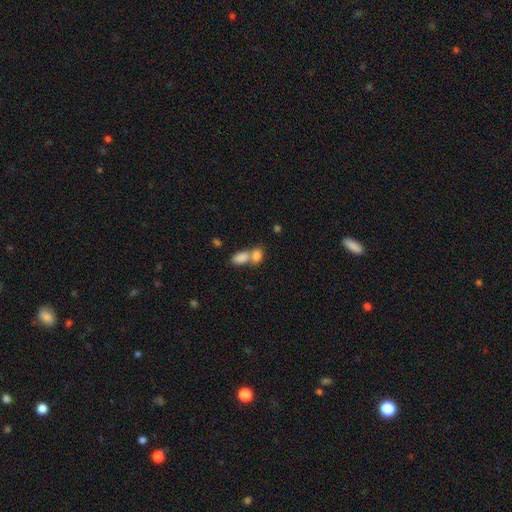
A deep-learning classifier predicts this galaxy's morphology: smooth-or-featured: smooth: 83% | featured or disk: 9% | star or artifact: 8%
  how-rounded: in between: 86% | round: 12% | cigar-shaped: 2%
  merging: merger: 63% | none: 27% | minor disturbance: 7% | major disturbance: 3%